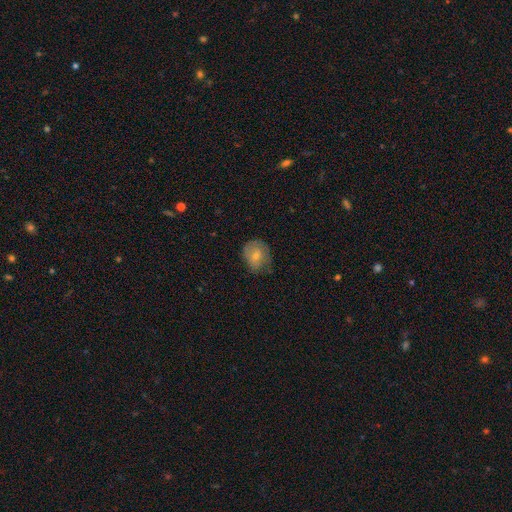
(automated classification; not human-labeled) smooth-or-featured: smooth: 67% | featured or disk: 26% | star or artifact: 8%
  how-rounded: round: 64% | in between: 35% | cigar-shaped: 1%
  merging: none: 57% | minor disturbance: 30% | major disturbance: 11% | merger: 1%